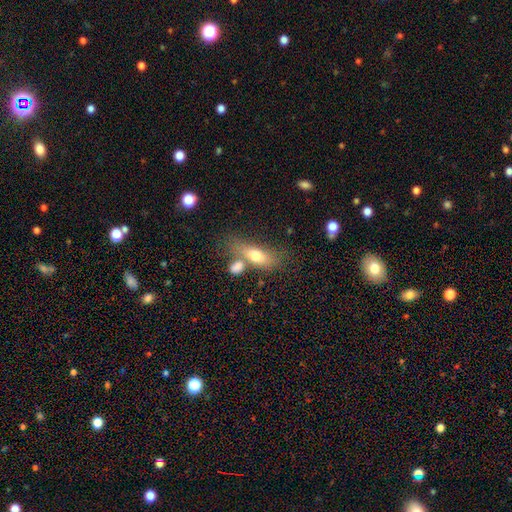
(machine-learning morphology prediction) Smooth or featured: smooth — 68% (featured or disk — 24%)
How rounded: in between — 69% (cigar-shaped — 24%)
Merging: none — 37% (merger — 33%)